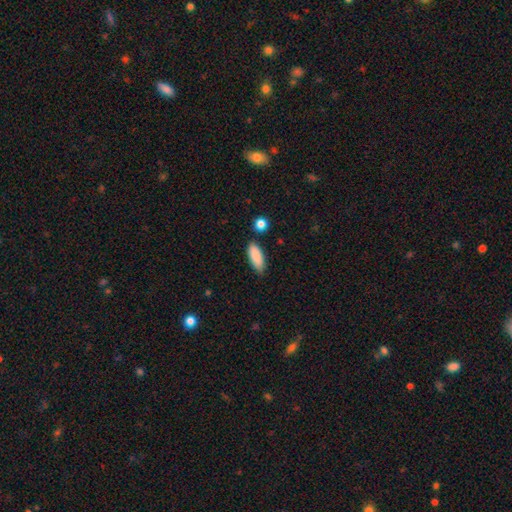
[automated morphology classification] This is clearly a smooth galaxy (89%). How rounded: likely in between (77%). Merging: likely none (78%).